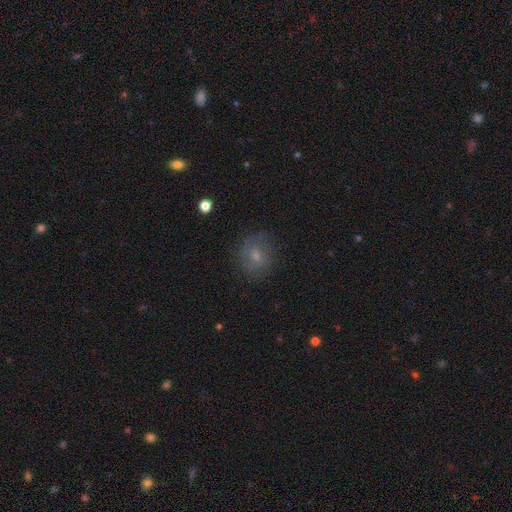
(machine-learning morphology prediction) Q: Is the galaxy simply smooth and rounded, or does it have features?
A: smooth — 61%.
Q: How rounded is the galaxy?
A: round — 77%.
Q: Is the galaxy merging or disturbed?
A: none — 76%.